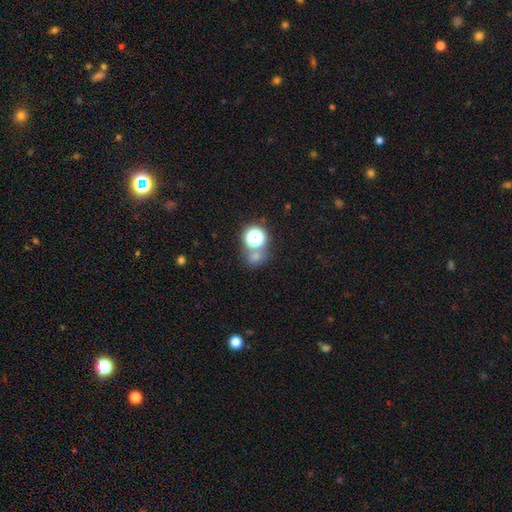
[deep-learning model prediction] Q: Smooth or featured?
A: smooth (47%); runner-up: star or artifact (45%)
Q: Merging?
A: none (63%); runner-up: merger (23%)